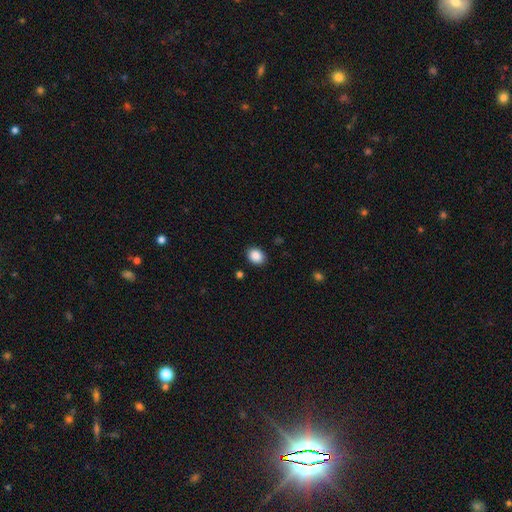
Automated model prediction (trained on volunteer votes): Smooth or featured? smooth (88%)
How rounded? round (51%)
Merging? none (88%)